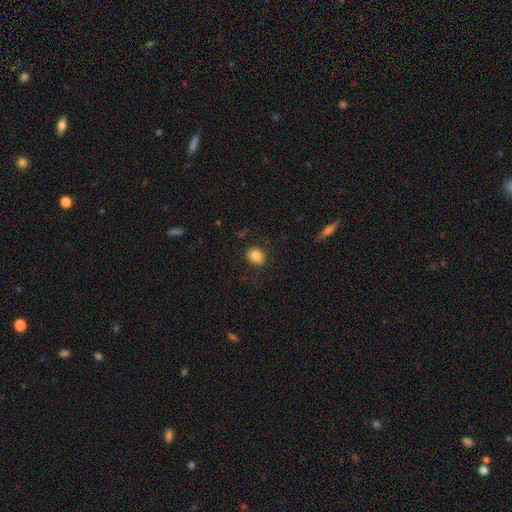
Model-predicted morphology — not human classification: Q: Smooth or featured?
A: smooth (85%); runner-up: star or artifact (10%)
Q: How rounded?
A: round (71%); runner-up: in between (28%)
Q: Merging?
A: none (86%); runner-up: minor disturbance (10%)